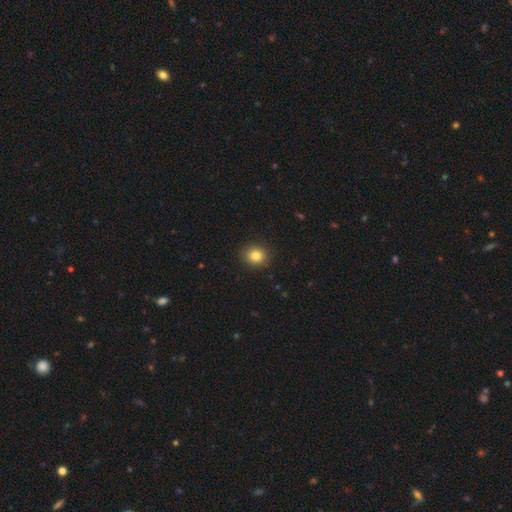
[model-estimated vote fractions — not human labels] Smooth or featured? smooth (82%)
How rounded? round (79%)
Merging? none (91%)